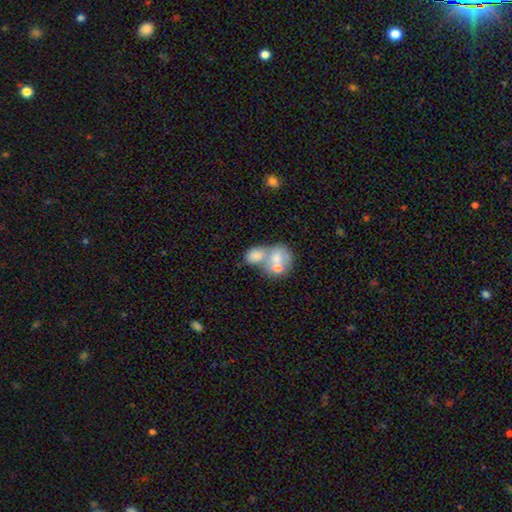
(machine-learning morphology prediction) A smooth galaxy with no disk features (69%) that is in between round and cigar-shaped (62%). Merging: merger (67%).